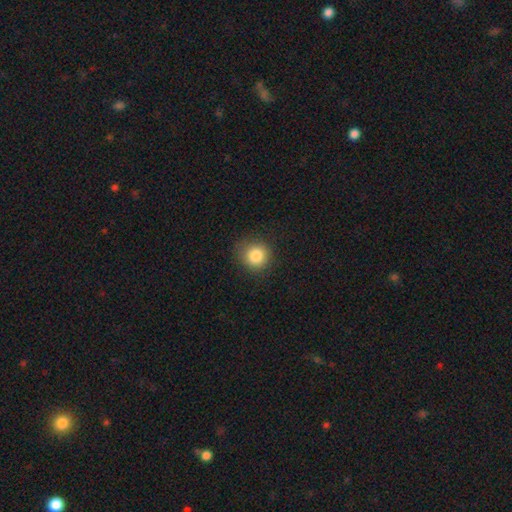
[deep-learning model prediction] Smooth or featured: smooth — 84% (star or artifact — 10%)
How rounded: round — 87% (in between — 12%)
Merging: none — 83% (minor disturbance — 12%)